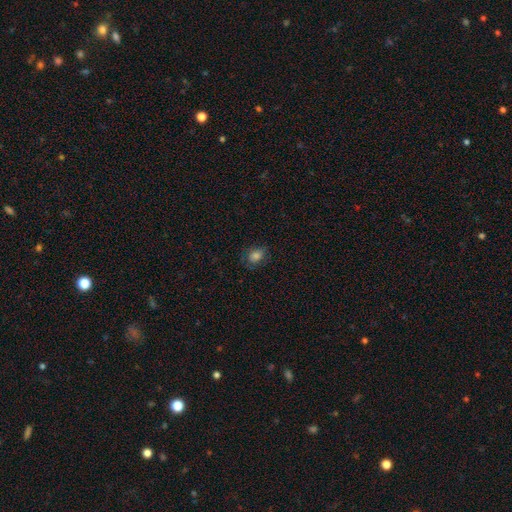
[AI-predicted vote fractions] A smooth galaxy with no disk features (77%) that is in between round and cigar-shaped (58%). Merging: none (71%).